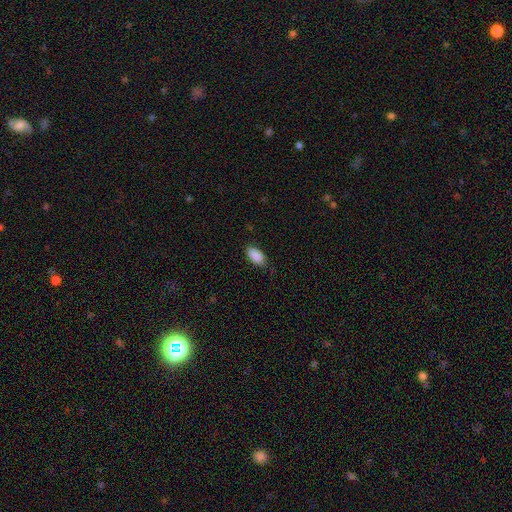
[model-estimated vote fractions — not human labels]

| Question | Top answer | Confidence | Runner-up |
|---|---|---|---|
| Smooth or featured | smooth | 90% | star or artifact (7%) |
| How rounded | in between | 92% | cigar-shaped (5%) |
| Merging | none | 82% | minor disturbance (14%) |